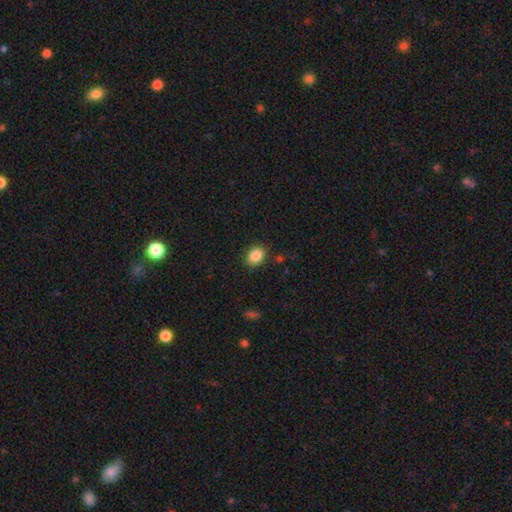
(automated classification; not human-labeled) smooth_or_featured: smooth (p=0.87) [alt: star or artifact p=0.09]
how_rounded: in between (p=0.59) [alt: round p=0.40]
merging: none (p=0.86) [alt: minor disturbance p=0.09]